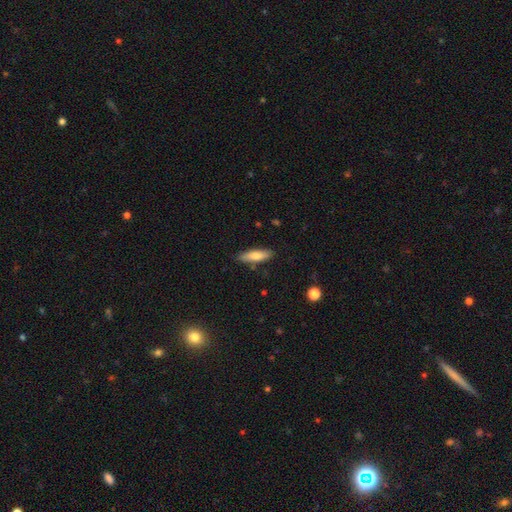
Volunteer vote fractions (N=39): smooth_or_featured: smooth (p=0.67) [alt: featured or disk p=0.28]
how_rounded: in between (p=0.54) [alt: cigar-shaped p=0.42]
merging: none (p=0.81) [alt: minor disturbance p=0.19]